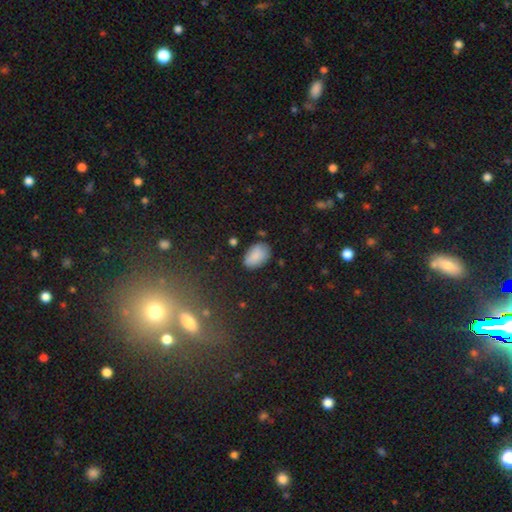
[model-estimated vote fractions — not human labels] Smooth or featured? Predicted: smooth (p=0.86). How rounded? Predicted: in between (p=0.89). Merging? Predicted: none (p=0.72).